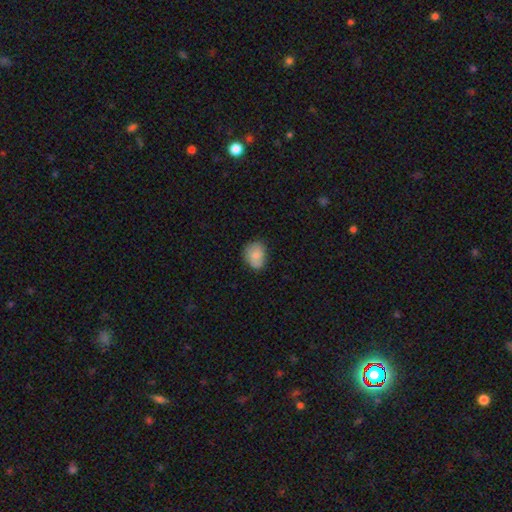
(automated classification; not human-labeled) This is likely a smooth galaxy (79%). How rounded: possibly round (50%). Merging: likely none (67%).